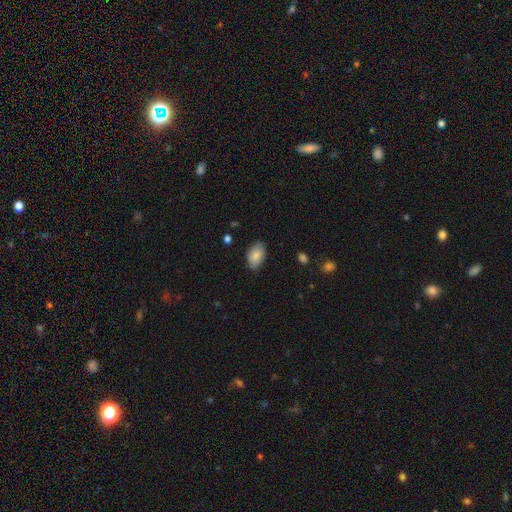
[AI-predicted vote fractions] Smooth or featured? smooth (84%)
How rounded? in between (91%)
Merging? none (78%)